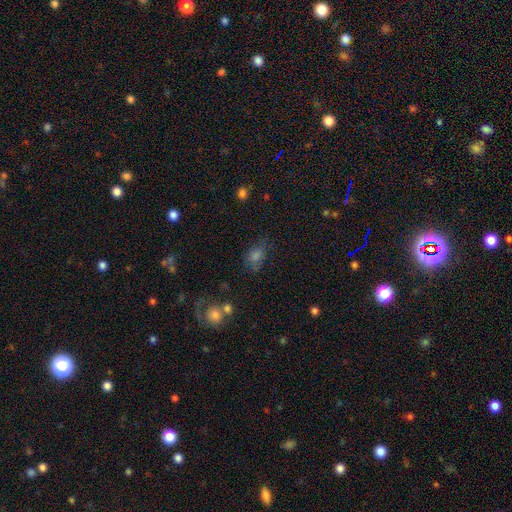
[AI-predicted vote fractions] This is possibly a smooth galaxy (57%). How rounded: likely in between (61%). Merging: likely none (62%).